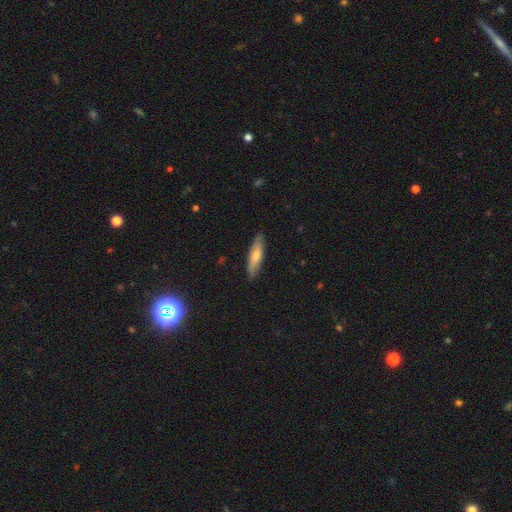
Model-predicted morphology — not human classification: Smooth or featured? Predicted: smooth (p=0.70). How rounded? Predicted: cigar-shaped (p=0.69). Merging? Predicted: none (p=0.87).